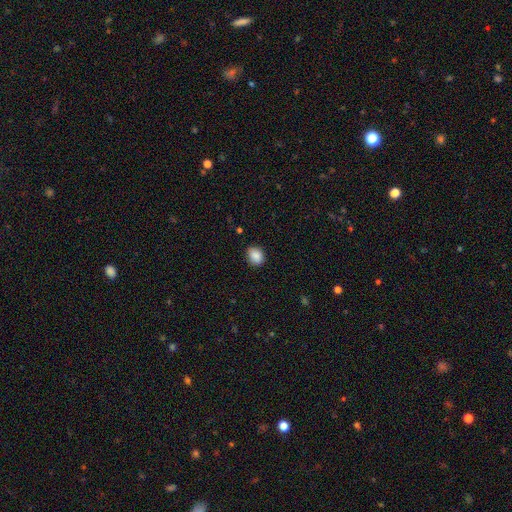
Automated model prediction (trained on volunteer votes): This is clearly a smooth galaxy (89%). How rounded: possibly round (52%). Merging: clearly none (86%).